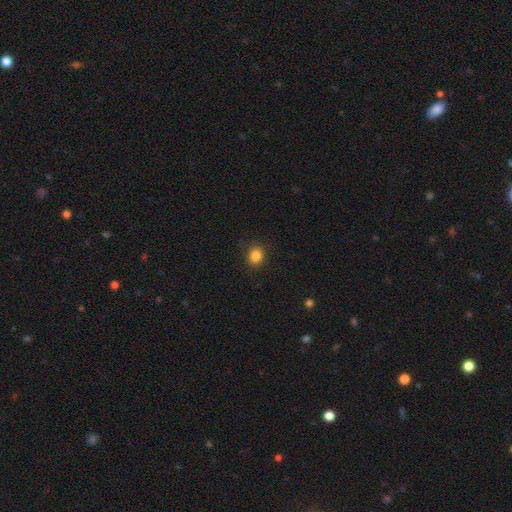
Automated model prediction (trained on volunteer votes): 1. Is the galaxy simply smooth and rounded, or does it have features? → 85% smooth, 11% star or artifact, 4% featured or disk.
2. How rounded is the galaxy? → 72% round, 27% in between, 1% cigar-shaped.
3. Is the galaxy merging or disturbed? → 88% none, 9% minor disturbance, 3% major disturbance, 1% merger.